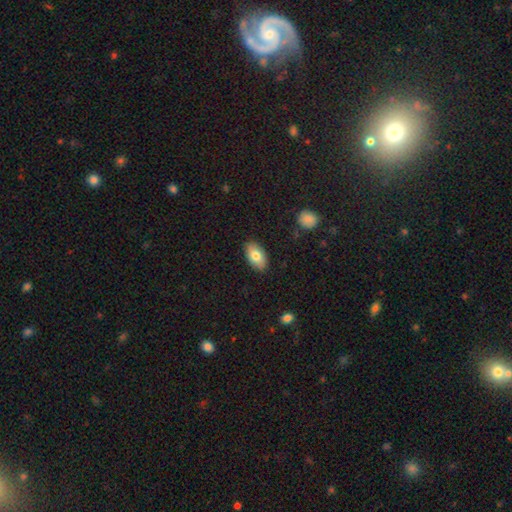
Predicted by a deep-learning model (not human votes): Smooth or featured?
  - smooth: 79% *
  - featured or disk: 15%
  - star or artifact: 7%
How rounded?
  - in between: 94% *
  - round: 4%
  - cigar-shaped: 3%
Merging?
  - none: 87% *
  - minor disturbance: 10%
  - major disturbance: 2%
  - merger: 1%